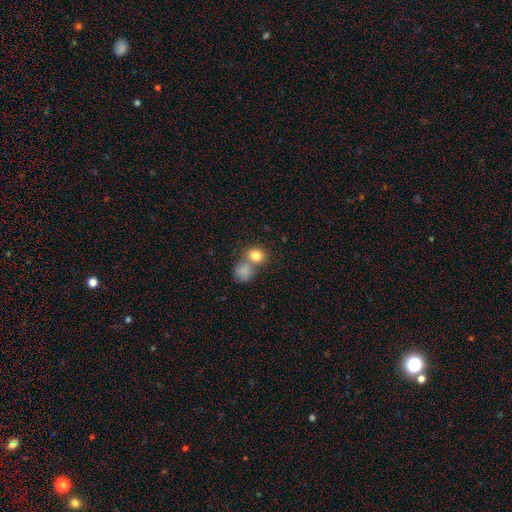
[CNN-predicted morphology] smooth-or-featured: smooth: 82% | star or artifact: 10% | featured or disk: 8%
  how-rounded: round: 66% | in between: 33% | cigar-shaped: 1%
  merging: none: 46% | merger: 40% | minor disturbance: 9% | major disturbance: 4%